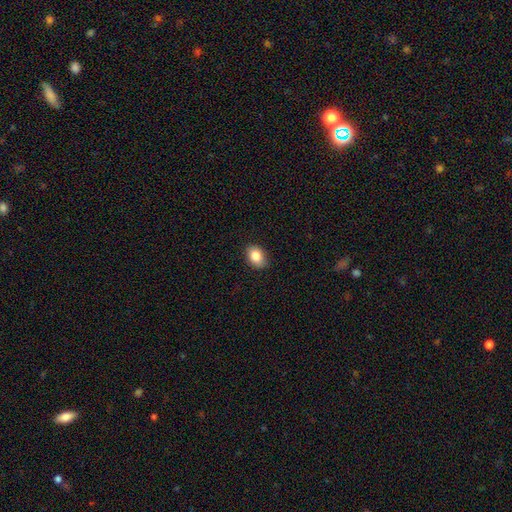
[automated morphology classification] type=smooth (84%); roundness=in between (74%); merging=none (87%).